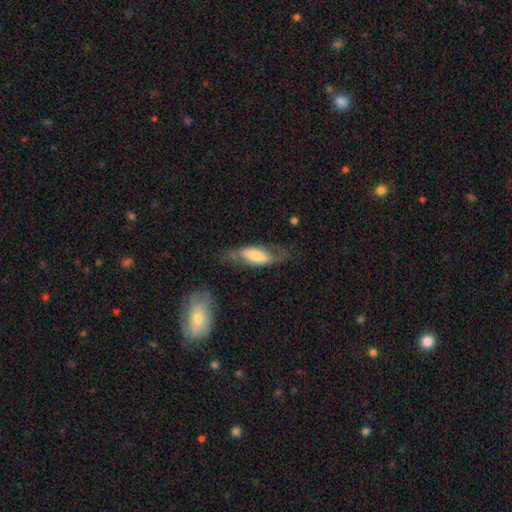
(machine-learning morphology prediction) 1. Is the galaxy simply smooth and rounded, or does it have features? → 54% smooth, 39% featured or disk, 7% star or artifact.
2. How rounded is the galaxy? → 69% in between, 28% cigar-shaped, 3% round.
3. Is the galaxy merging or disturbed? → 55% none, 25% minor disturbance, 16% major disturbance, 4% merger.